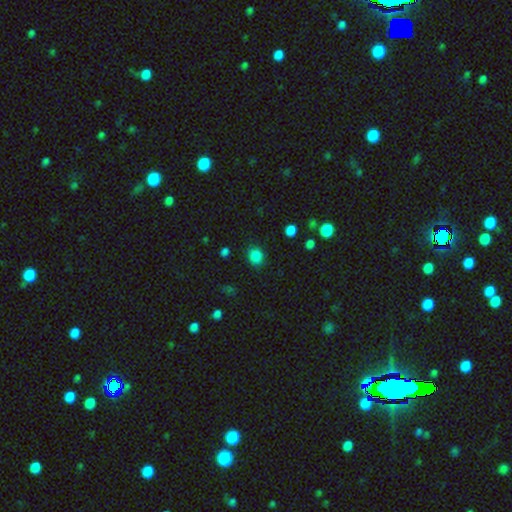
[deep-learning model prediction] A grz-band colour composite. It shows a smooth galaxy with no disk features (84%) that is round (73%). Merging: none (85%).